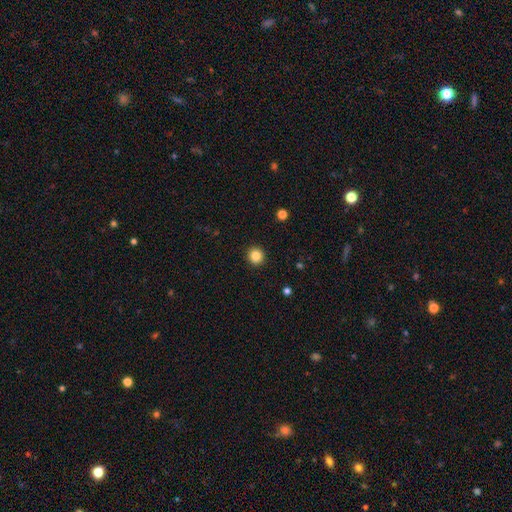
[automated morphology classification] Smooth or featured: smooth — 84% (star or artifact — 11%)
How rounded: round — 94% (in between — 5%)
Merging: none — 93% (minor disturbance — 4%)